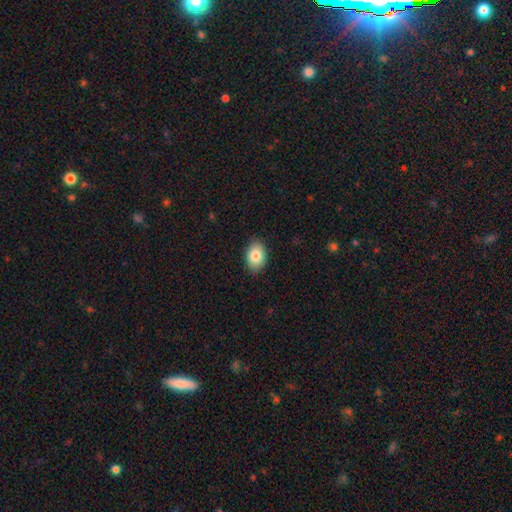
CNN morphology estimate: A smooth galaxy with no disk features (84%) that is in between round and cigar-shaped (83%). Merging: none (88%).